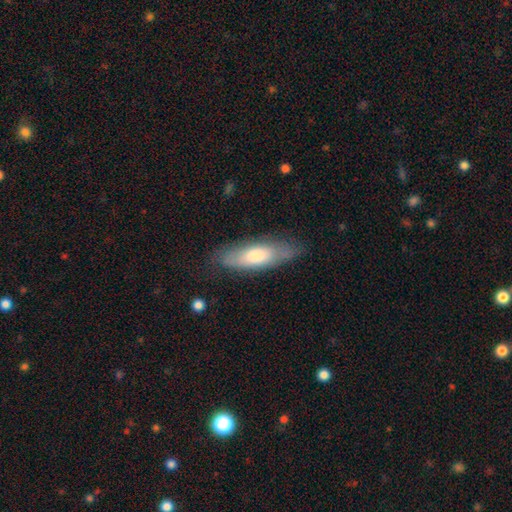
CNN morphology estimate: smooth-or-featured: smooth: 65% | featured or disk: 29% | star or artifact: 6%
  how-rounded: in between: 54% | cigar-shaped: 44% | round: 2%
  merging: none: 75% | minor disturbance: 19% | major disturbance: 5% | merger: 2%